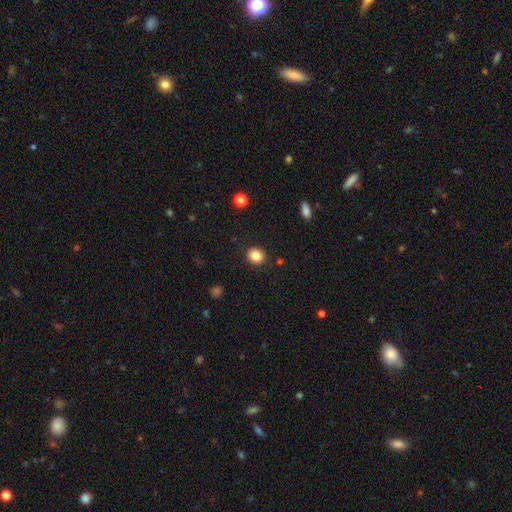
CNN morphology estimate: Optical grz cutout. It shows a smooth galaxy with no disk features (85%) that is round (76%). Merging: none (90%).